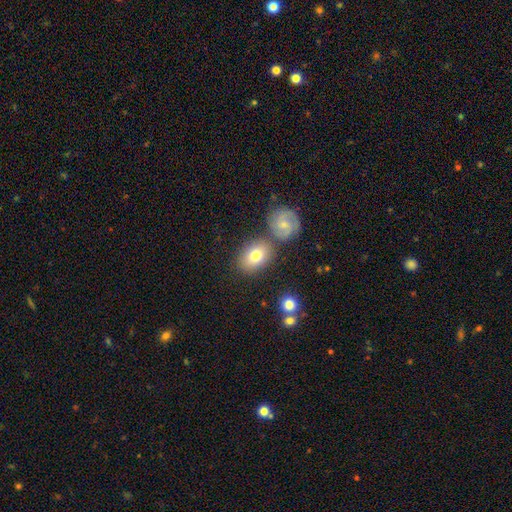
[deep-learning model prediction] A smooth galaxy with no disk features (75%) that is in between round and cigar-shaped (72%). Merging: none (71%).